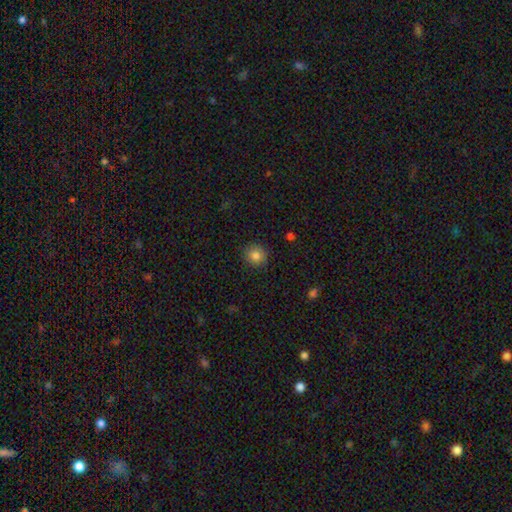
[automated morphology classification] smooth 84%, star or artifact 11%, featured or disk 6%. Down the decision tree: how rounded — round (88%); merging — none (89%).